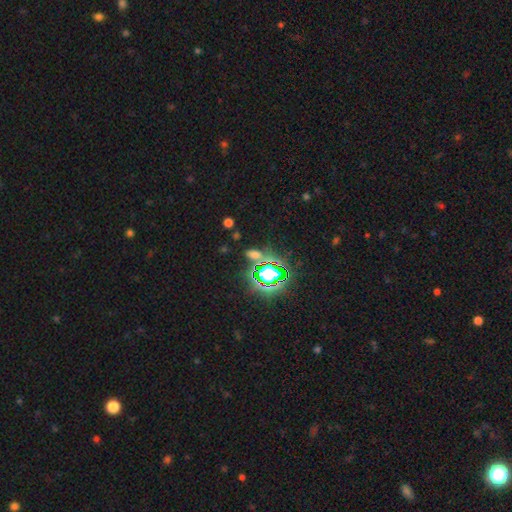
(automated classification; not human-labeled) Smooth or featured?
  - star or artifact: 62% *
  - smooth: 29%
  - featured or disk: 10%